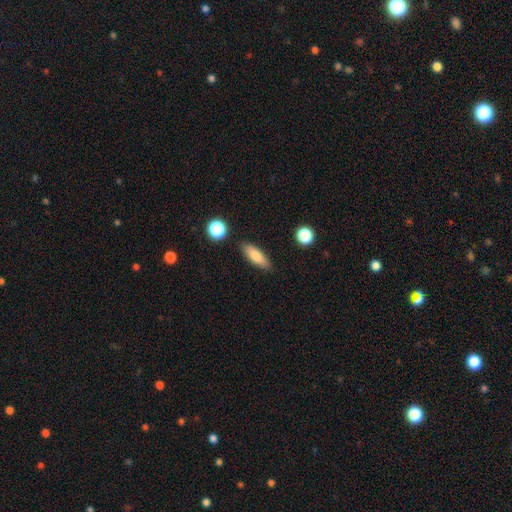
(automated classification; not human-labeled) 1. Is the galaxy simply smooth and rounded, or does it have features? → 80% smooth, 13% featured or disk, 7% star or artifact.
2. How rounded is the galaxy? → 57% in between, 40% cigar-shaped, 3% round.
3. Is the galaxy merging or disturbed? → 86% none, 10% minor disturbance, 2% major disturbance, 2% merger.